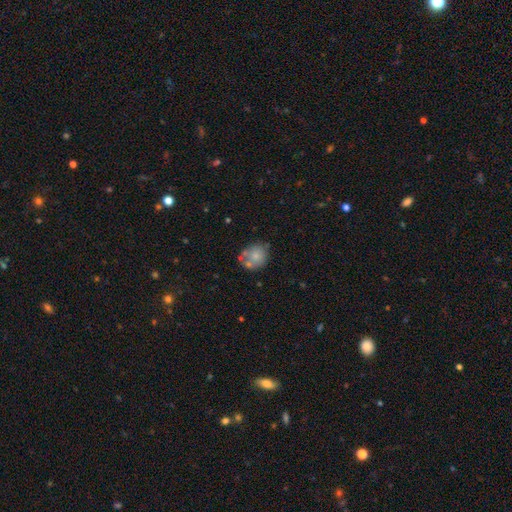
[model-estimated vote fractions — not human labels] Smooth or featured? smooth (68%)
How rounded? round (70%)
Merging? none (51%)